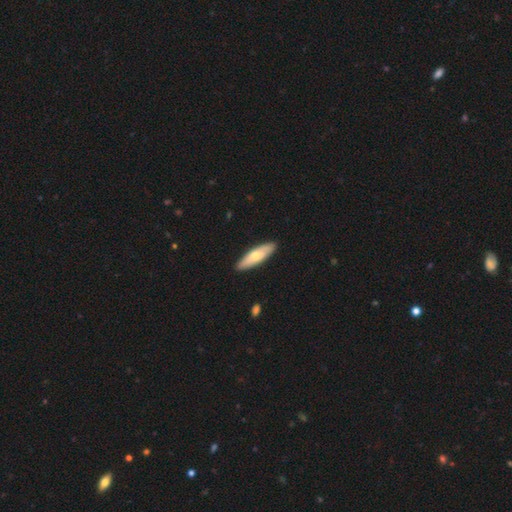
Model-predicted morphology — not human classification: smooth-or-featured: smooth: 59% | featured or disk: 36% | star or artifact: 5%
  how-rounded: cigar-shaped: 57% | in between: 41% | round: 2%
  merging: none: 90% | minor disturbance: 8% | major disturbance: 1% | merger: 1%